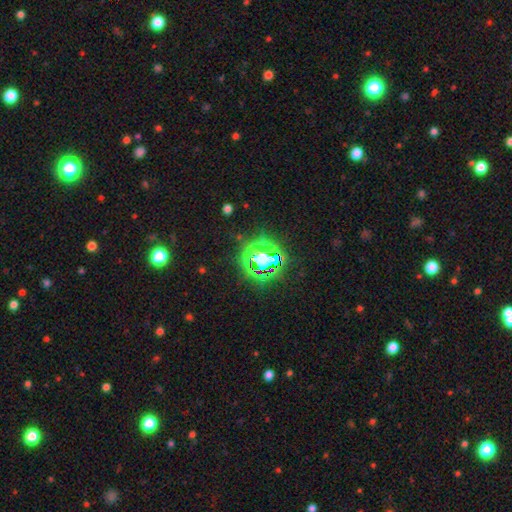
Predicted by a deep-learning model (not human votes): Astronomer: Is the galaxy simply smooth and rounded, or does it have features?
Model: star or artifact — 76%.